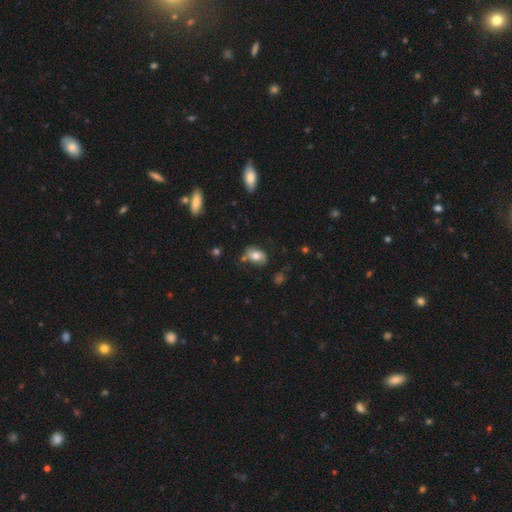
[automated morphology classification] A smooth galaxy with no disk features (68%) that is in between round and cigar-shaped (85%).

Vote fractions:
- Smooth or featured? smooth: 68% / featured or disk: 24% / star or artifact: 8%
- How rounded? in between: 85% / round: 13% / cigar-shaped: 2%
- Merging? none: 63% / minor disturbance: 24% / major disturbance: 7% / merger: 6%